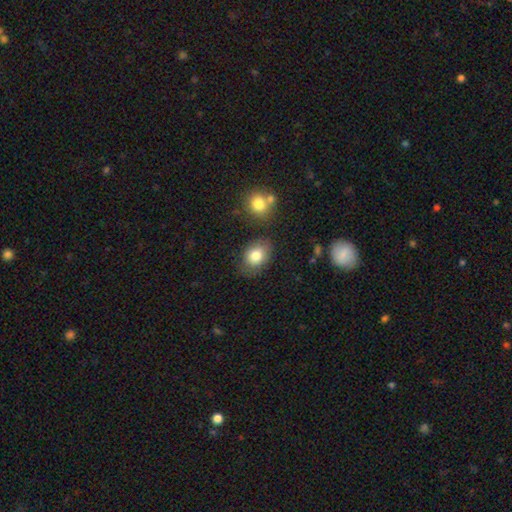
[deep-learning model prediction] Overall: smooth (81%). How rounded: in between (66%; round 33%). Merging: none (70%).